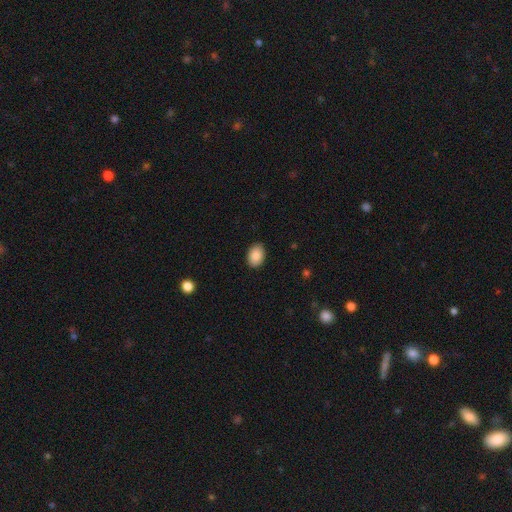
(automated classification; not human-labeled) Smooth or featured? Predicted: smooth (p=0.89). How rounded? Predicted: in between (p=0.84). Merging? Predicted: none (p=0.89).